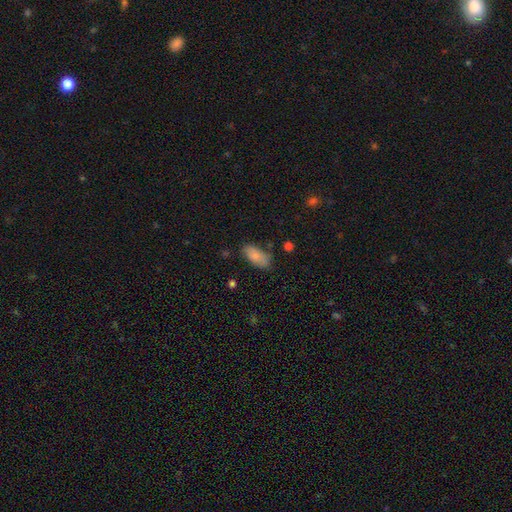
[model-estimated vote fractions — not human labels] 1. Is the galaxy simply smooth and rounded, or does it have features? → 84% smooth, 9% featured or disk, 7% star or artifact.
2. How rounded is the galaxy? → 92% in between, 6% cigar-shaped, 3% round.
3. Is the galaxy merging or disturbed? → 72% none, 20% minor disturbance, 4% major disturbance, 3% merger.